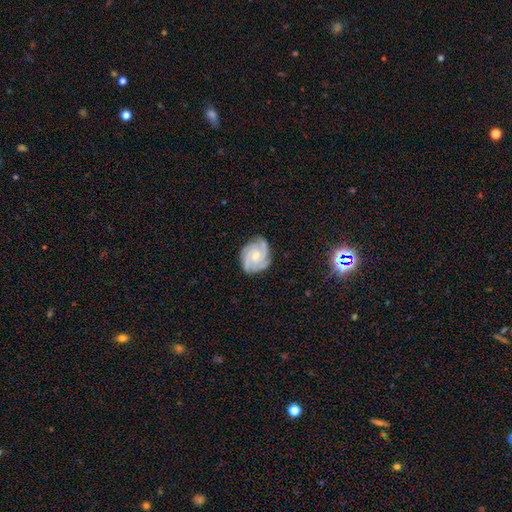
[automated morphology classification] smooth_or_featured: featured or disk (p=0.88) [alt: smooth p=0.07]
disk_edge_on: no (p=0.98) [alt: yes p=0.02]
bar: no (p=0.72) [alt: weak p=0.24]
has_spiral_arms: yes (p=0.98) [alt: no p=0.02]
spiral_winding: tight (p=0.67) [alt: medium p=0.29]
spiral_arm_count: 3 (p=0.56) [alt: 4 p=0.20]
bulge_size: small (p=0.55) [alt: moderate p=0.42]
merging: none (p=0.79) [alt: minor disturbance p=0.16]